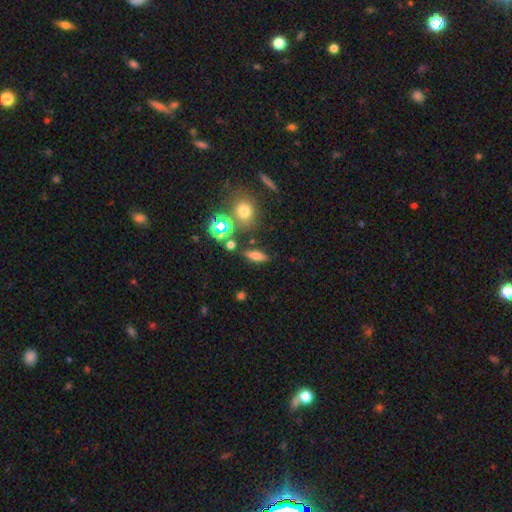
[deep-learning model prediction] Smooth or featured?
  - smooth: 58% *
  - featured or disk: 22%
  - star or artifact: 19%
How rounded?
  - in between: 45% *
  - cigar-shaped: 43%
  - round: 12%
Merging?
  - none: 80% *
  - minor disturbance: 11%
  - merger: 6%
  - major disturbance: 4%